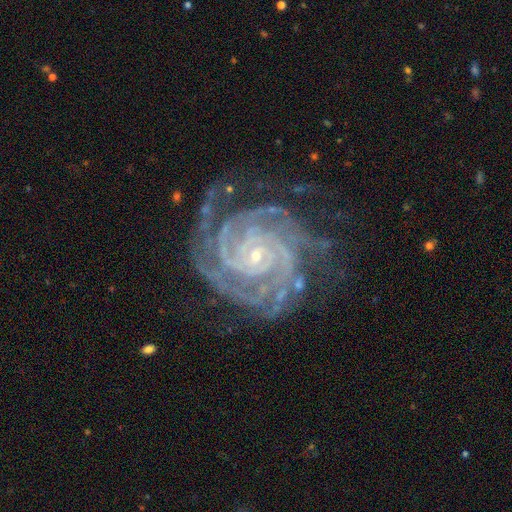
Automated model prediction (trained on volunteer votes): This is clearly a featured or disk galaxy (92%). It is clearly not viewed edge-on (98%). Bar: likely no (68%). Spiral arm pattern: clearly yes (99%). Spiral arm count: marginally 4 (25%). Spiral winding: clearly tight (83%). Central bulge: clearly small (86%). Merging: likely none (72%).